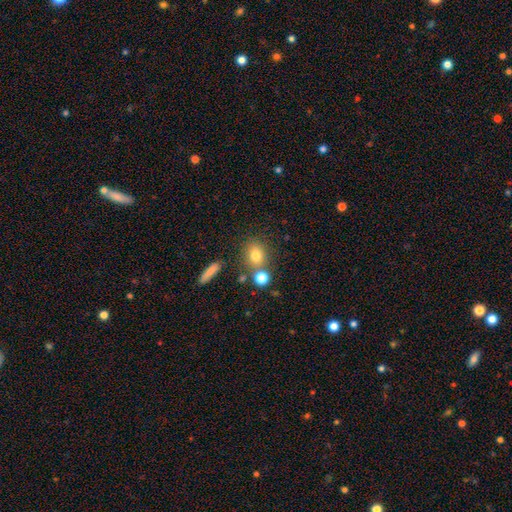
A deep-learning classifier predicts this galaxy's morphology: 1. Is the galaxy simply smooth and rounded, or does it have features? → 76% smooth, 13% star or artifact, 11% featured or disk.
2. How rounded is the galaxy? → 62% round, 36% in between, 3% cigar-shaped.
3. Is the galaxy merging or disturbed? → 65% none, 19% merger, 11% minor disturbance, 4% major disturbance.